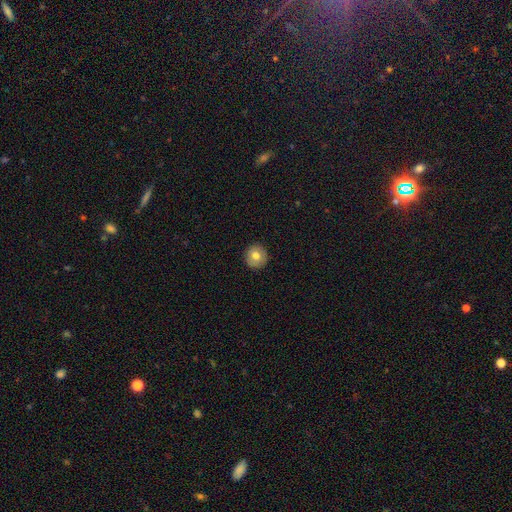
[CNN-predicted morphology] This appears to be a smooth galaxy with no disk features (76%) that is round (93%). Merging: none (91%).